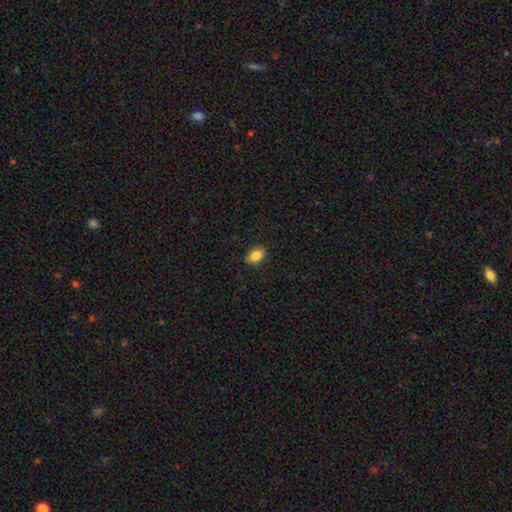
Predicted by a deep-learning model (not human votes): Overall: smooth (86%). How rounded: in between (83%). Merging: none (85%).